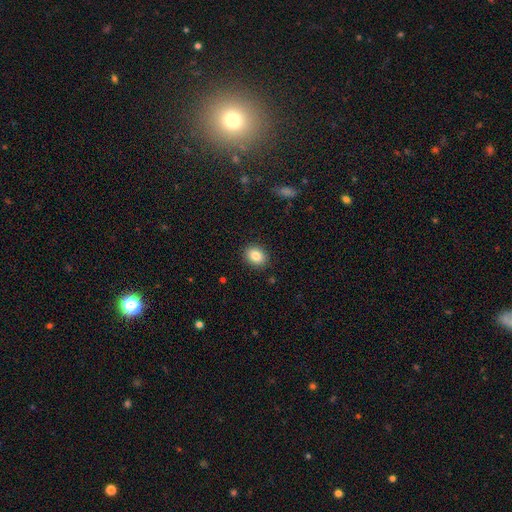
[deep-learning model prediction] Q: Smooth or featured?
A: smooth (85%); runner-up: star or artifact (9%)
Q: How rounded?
A: in between (50%); runner-up: round (49%)
Q: Merging?
A: none (89%); runner-up: minor disturbance (7%)